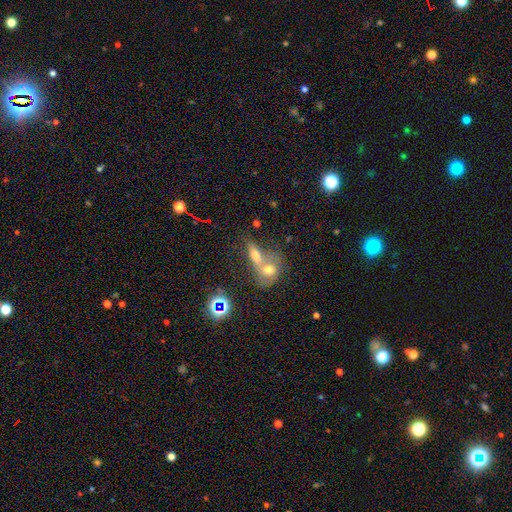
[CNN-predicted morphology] smooth-or-featured: smooth: 61% | featured or disk: 24% | star or artifact: 15%
  how-rounded: in between: 66% | round: 24% | cigar-shaped: 11%
  merging: merger: 65% | none: 23% | minor disturbance: 7% | major disturbance: 5%